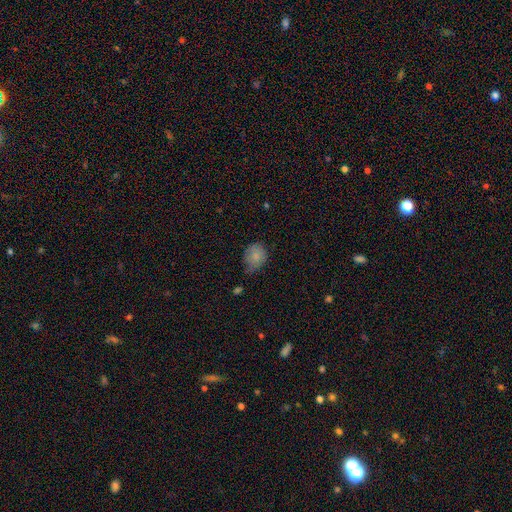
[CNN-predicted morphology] Overall: smooth (82%). How rounded: in between (51%; round 48%). Merging: none (54%; minor disturbance 36%).